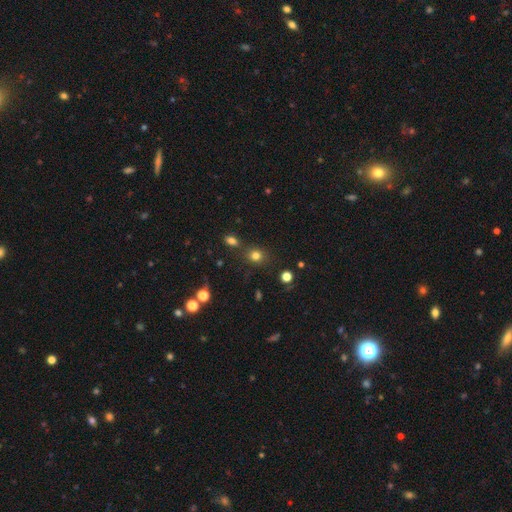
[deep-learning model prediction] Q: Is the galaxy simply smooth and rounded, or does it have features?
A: smooth — 77%.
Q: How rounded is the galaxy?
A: round — 78%.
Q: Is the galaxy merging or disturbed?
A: none — 77%.